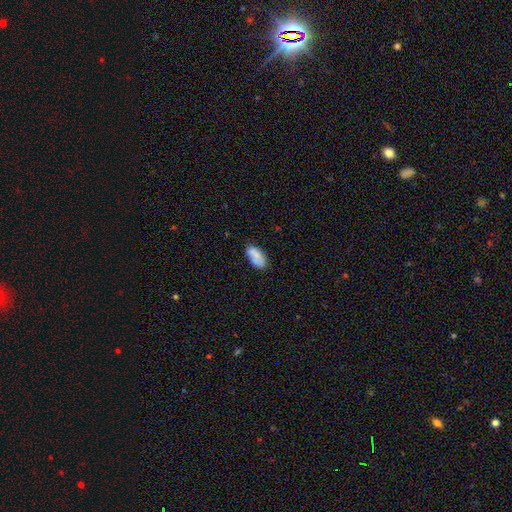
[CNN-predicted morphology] Smooth or featured? smooth (74%)
How rounded? in between (93%)
Merging? none (62%)